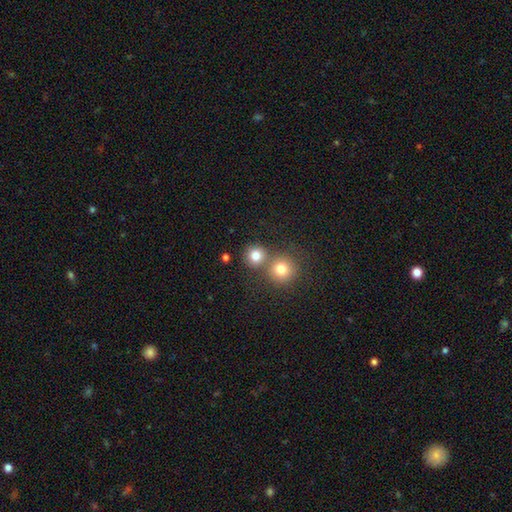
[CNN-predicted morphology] A smooth galaxy with no disk features (79%) that is round (90%). Merging: none (61%).